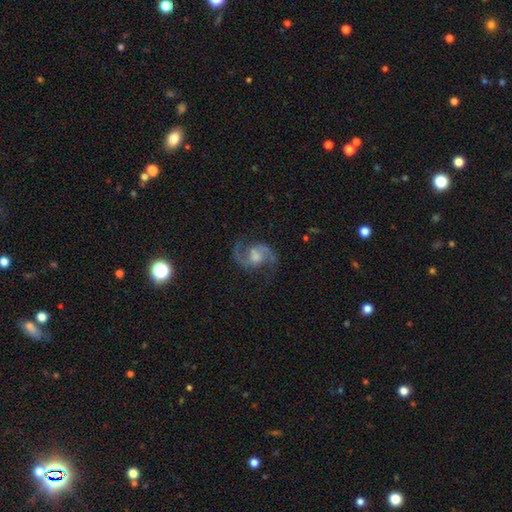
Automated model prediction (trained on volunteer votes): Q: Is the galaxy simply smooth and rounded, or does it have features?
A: featured or disk — 90%.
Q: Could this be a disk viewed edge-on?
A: no — 98%.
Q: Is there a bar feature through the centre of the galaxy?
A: no — 51%.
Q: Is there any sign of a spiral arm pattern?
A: yes — 98%.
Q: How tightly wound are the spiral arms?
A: medium — 56%.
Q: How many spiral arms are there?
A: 2 — 94%.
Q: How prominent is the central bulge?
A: moderate — 40%.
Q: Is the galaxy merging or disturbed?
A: none — 78%.